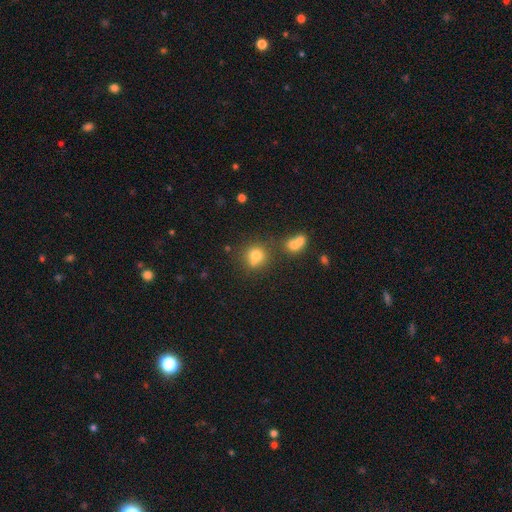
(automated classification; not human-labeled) Smooth or featured?
  - smooth: 77% *
  - star or artifact: 13%
  - featured or disk: 10%
How rounded?
  - round: 87% *
  - in between: 12%
  - cigar-shaped: 1%
Merging?
  - none: 62% *
  - merger: 22%
  - minor disturbance: 12%
  - major disturbance: 4%